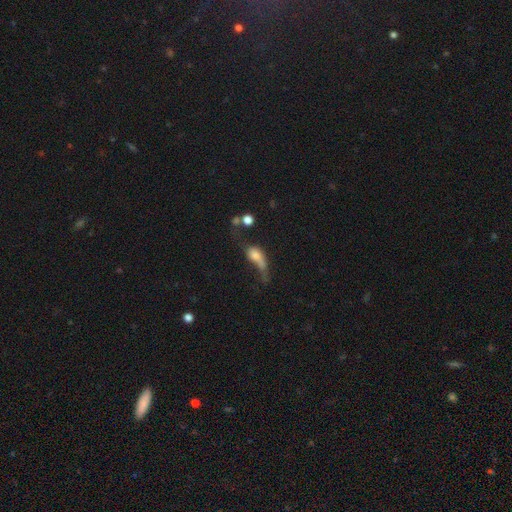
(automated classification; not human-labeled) Smooth or featured: smooth — 59% (featured or disk — 30%)
How rounded: in between — 67% (round — 20%)
Merging: major disturbance — 48% (merger — 18%)